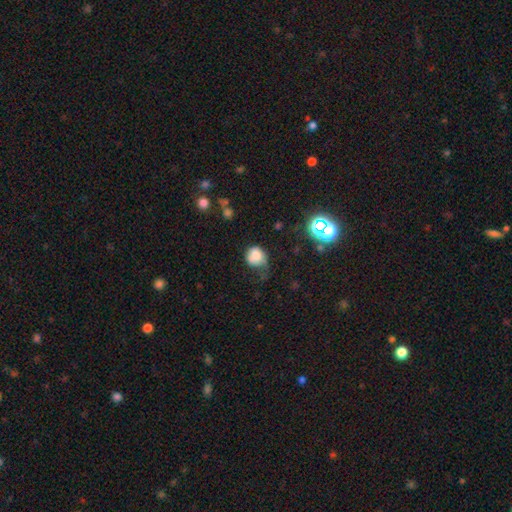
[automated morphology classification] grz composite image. It shows a smooth galaxy with no disk features (76%) that is round (77%). Merging: none (39%).